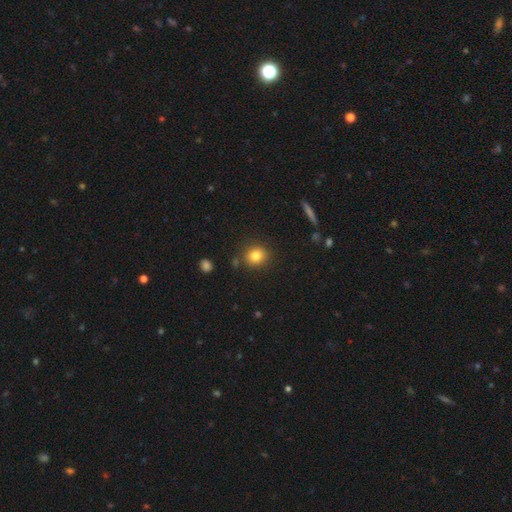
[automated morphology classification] smooth 82%, star or artifact 11%, featured or disk 7%. Down the decision tree: how rounded — round (82%); merging — none (86%).